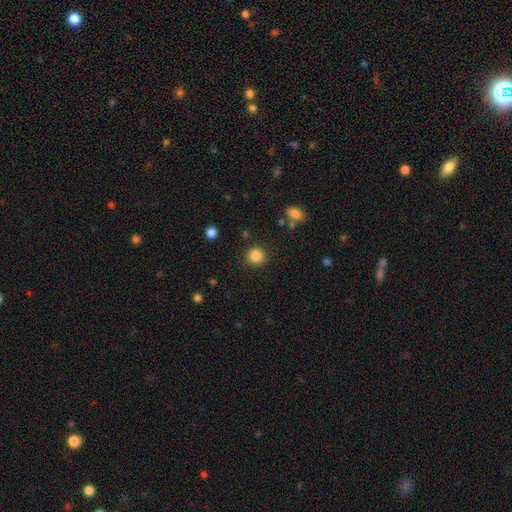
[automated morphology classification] type=smooth (86%); roundness=round (93%); merging=none (89%).